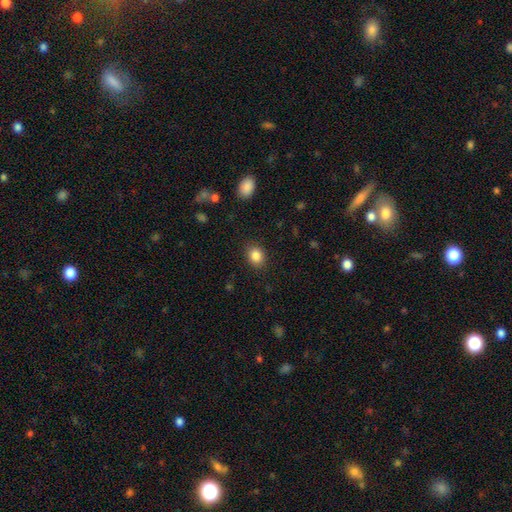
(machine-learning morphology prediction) Smooth or featured: smooth — 85% (star or artifact — 9%)
How rounded: round — 53% (in between — 46%)
Merging: none — 87% (minor disturbance — 9%)